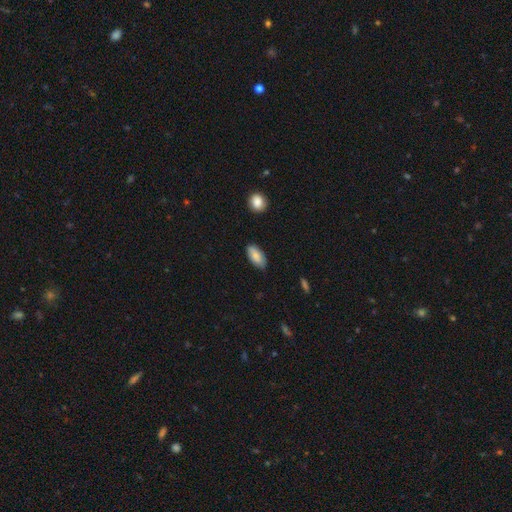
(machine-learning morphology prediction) Smooth or featured?
  - smooth: 81% *
  - featured or disk: 12%
  - star or artifact: 6%
How rounded?
  - in between: 92% *
  - cigar-shaped: 5%
  - round: 2%
Merging?
  - none: 79% *
  - minor disturbance: 17%
  - major disturbance: 2%
  - merger: 2%